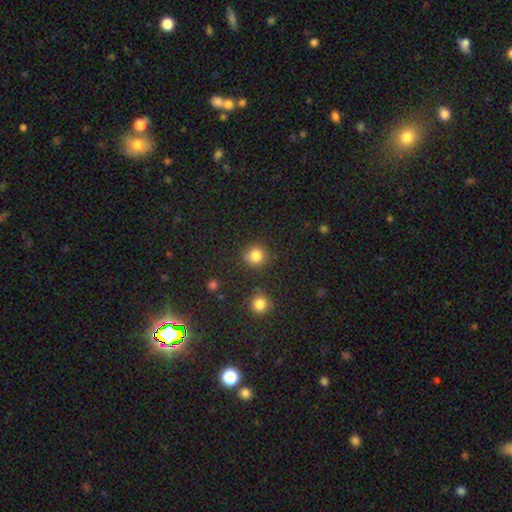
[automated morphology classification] A smooth galaxy with no disk features (83%) that is round (90%). Merging: none (83%).